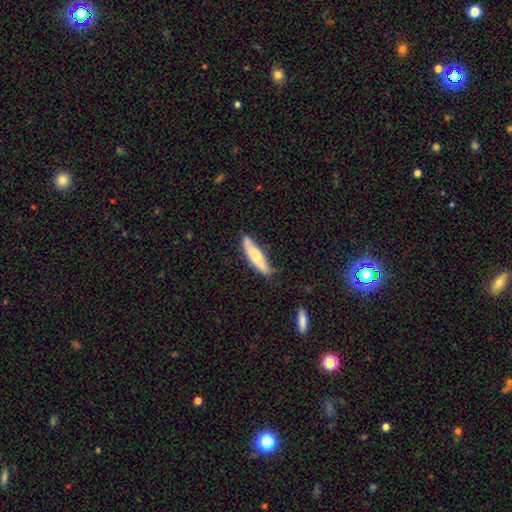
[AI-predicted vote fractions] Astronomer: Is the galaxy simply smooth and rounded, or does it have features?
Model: smooth — 67%.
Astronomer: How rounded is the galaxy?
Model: cigar-shaped — 72%.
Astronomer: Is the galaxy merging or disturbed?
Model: none — 73%.